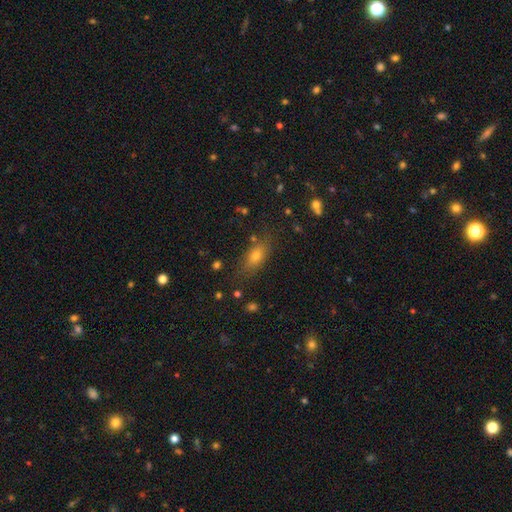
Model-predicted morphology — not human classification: Overall: smooth (68%). How rounded: in between (69%). Merging: none (78%).